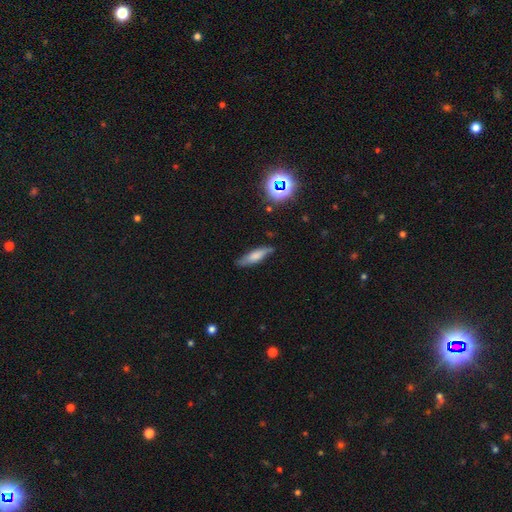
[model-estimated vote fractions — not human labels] Smooth or featured? smooth (60%)
How rounded? cigar-shaped (66%)
Merging? none (78%)